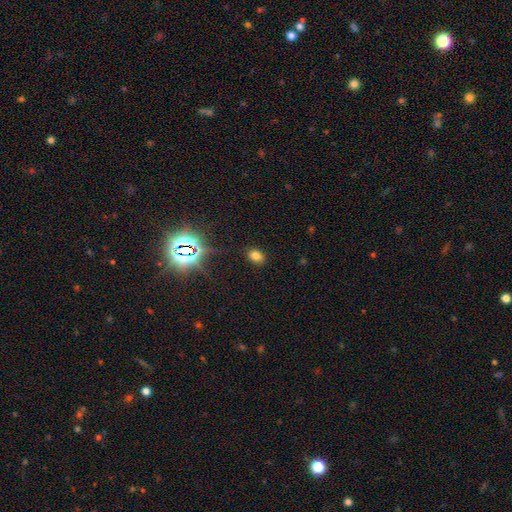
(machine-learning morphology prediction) Smooth or featured? smooth (72%)
How rounded? in between (73%)
Merging? none (86%)